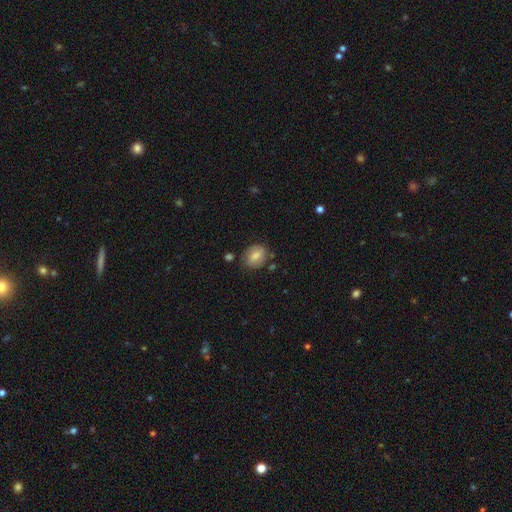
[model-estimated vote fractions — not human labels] This is likely a smooth galaxy (74%). How rounded: likely in between (64%). Merging: likely none (74%).